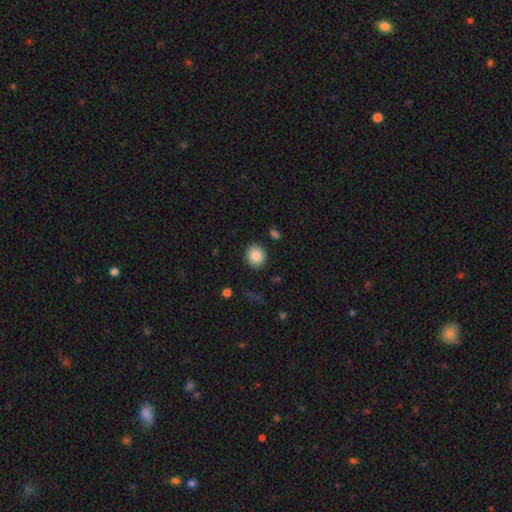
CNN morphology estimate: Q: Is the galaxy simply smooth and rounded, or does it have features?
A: smooth — 86%.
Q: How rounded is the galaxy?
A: round — 85%.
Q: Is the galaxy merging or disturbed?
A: none — 90%.